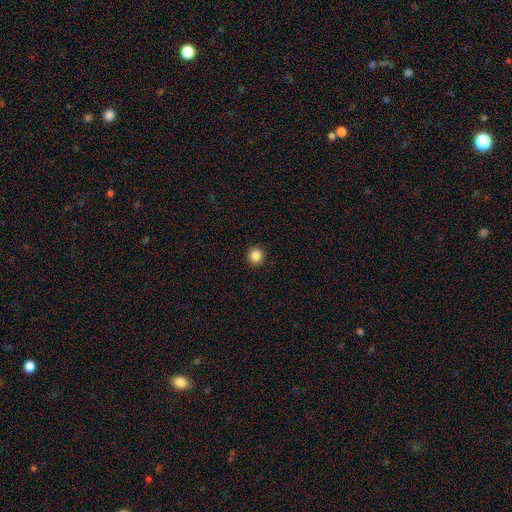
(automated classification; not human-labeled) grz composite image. It shows a smooth galaxy with no disk features (86%) that is round (89%). Merging: none (93%).